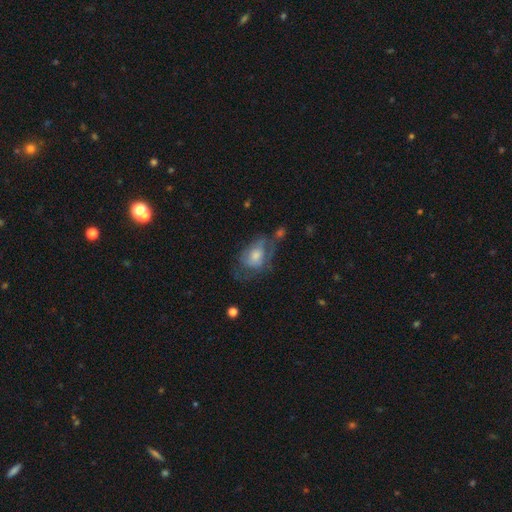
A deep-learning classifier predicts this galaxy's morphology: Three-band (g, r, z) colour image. It shows a featured or disk galaxy (49%). Merging: none (38%).